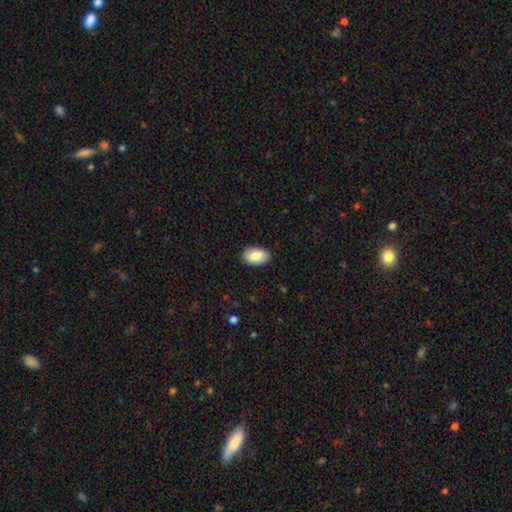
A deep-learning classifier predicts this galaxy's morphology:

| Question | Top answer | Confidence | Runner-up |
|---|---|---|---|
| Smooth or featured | smooth | 84% | featured or disk (10%) |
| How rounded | in between | 93% | round (6%) |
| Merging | none | 89% | minor disturbance (9%) |